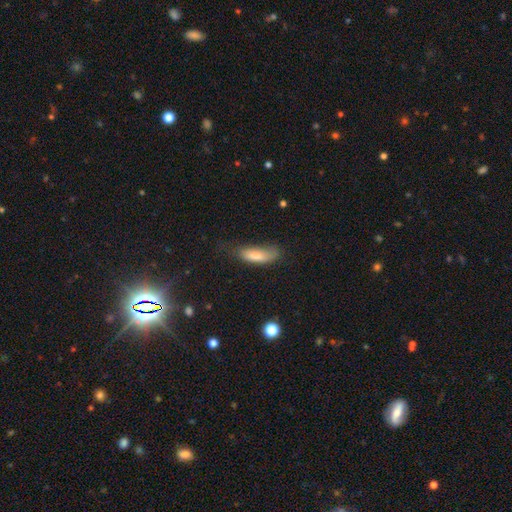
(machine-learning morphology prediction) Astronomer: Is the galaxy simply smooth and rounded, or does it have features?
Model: smooth — 74%.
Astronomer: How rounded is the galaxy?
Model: in between — 54% (runner-up: cigar-shaped, 43%).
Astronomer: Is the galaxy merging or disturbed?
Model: none — 43% (runner-up: minor disturbance, 35%).